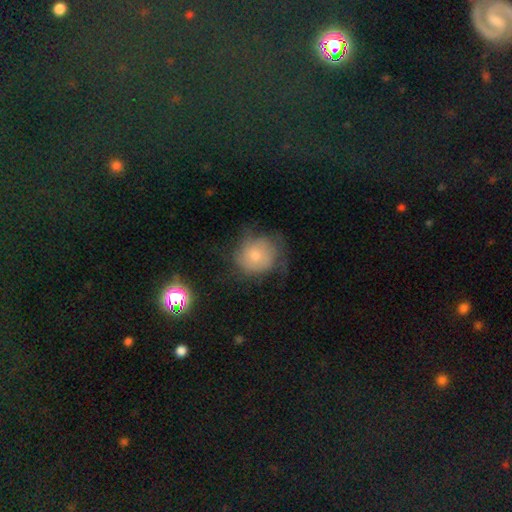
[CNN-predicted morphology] This appears to be a smooth galaxy with no disk features (62%) that is round (82%). Merging: none (53%).